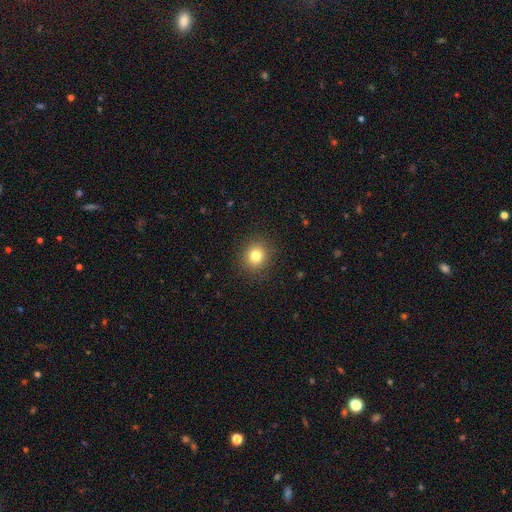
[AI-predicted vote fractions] Morphology: type=smooth (80%); roundness=round (89%); merging=none (91%).